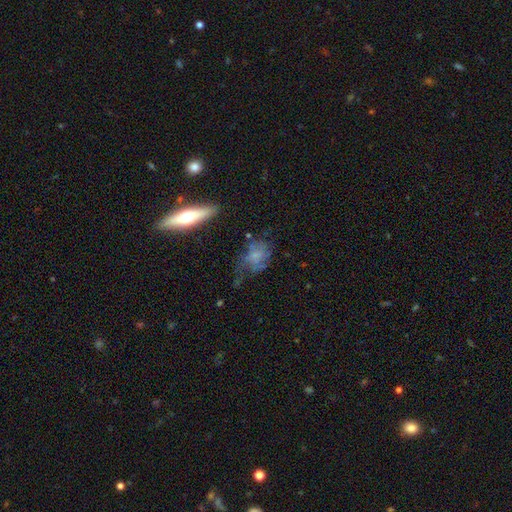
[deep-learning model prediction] Q: Smooth or featured?
A: smooth (50%); runner-up: featured or disk (38%)
Q: Merging?
A: none (38%); runner-up: major disturbance (30%)